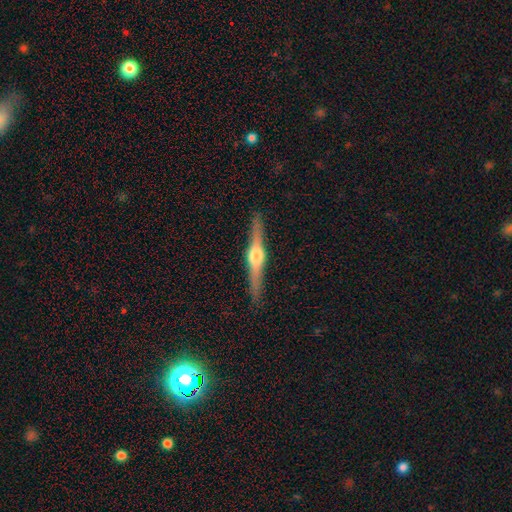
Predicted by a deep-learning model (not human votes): smooth_or_featured: featured or disk (p=0.78) [alt: smooth p=0.17]
disk_edge_on: yes (p=0.98) [alt: no p=0.02]
edge_on_bulge: rounded (p=0.93) [alt: boxy p=0.05]
merging: none (p=0.90) [alt: minor disturbance p=0.07]